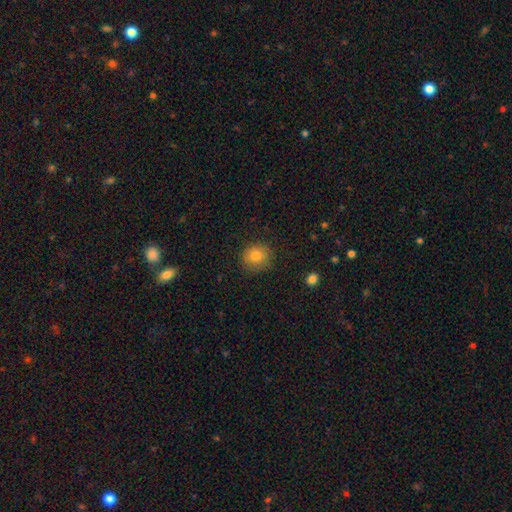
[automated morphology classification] smooth-or-featured: smooth: 81% | star or artifact: 10% | featured or disk: 8%
  how-rounded: round: 84% | in between: 15% | cigar-shaped: 1%
  merging: none: 85% | minor disturbance: 12% | major disturbance: 3% | merger: 1%